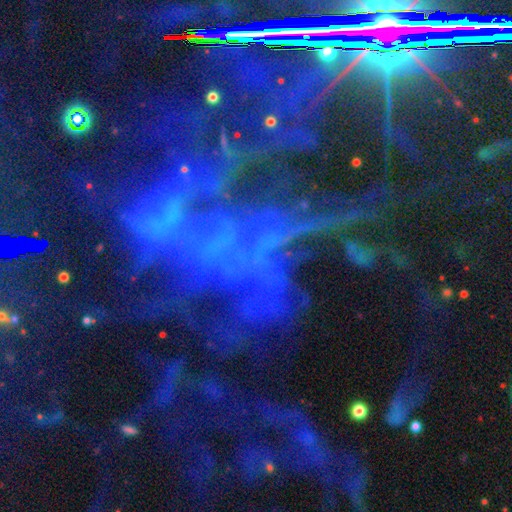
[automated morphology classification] type=featured or disk (44%, tied with star or artifact); merging=none (48%).